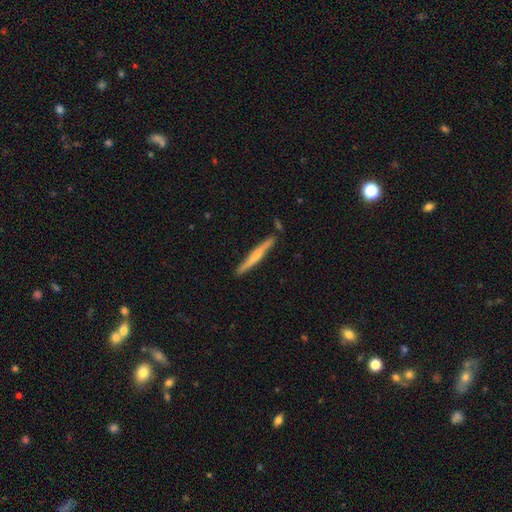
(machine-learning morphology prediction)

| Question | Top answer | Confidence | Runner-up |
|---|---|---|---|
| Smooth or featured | featured or disk | 53% | smooth (42%) |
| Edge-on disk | yes | 96% | no (4%) |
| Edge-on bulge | rounded | 58% | none (33%) |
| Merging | none | 86% | minor disturbance (10%) |